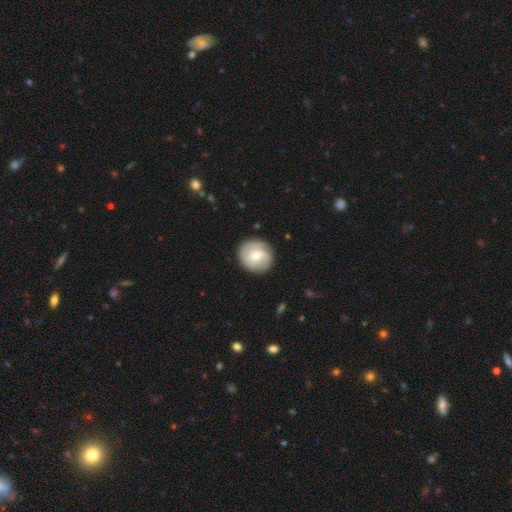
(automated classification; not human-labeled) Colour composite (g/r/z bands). It shows a featured or disk galaxy (52%) with no bar (47%), spiral arms (82%) and a moderate central bulge (55%). Merging: none (85%).